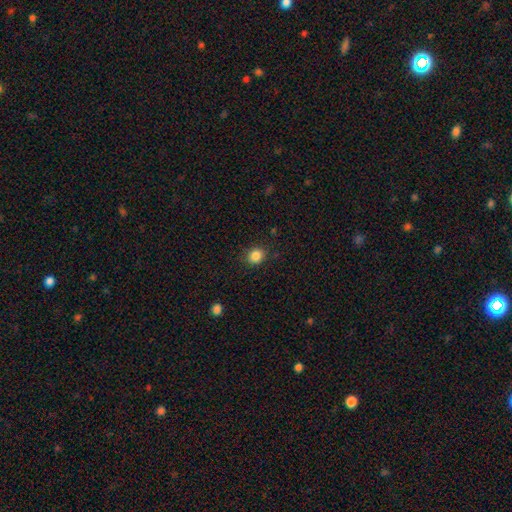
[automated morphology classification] Overall: smooth (85%). How rounded: round (73%). Merging: none (86%).